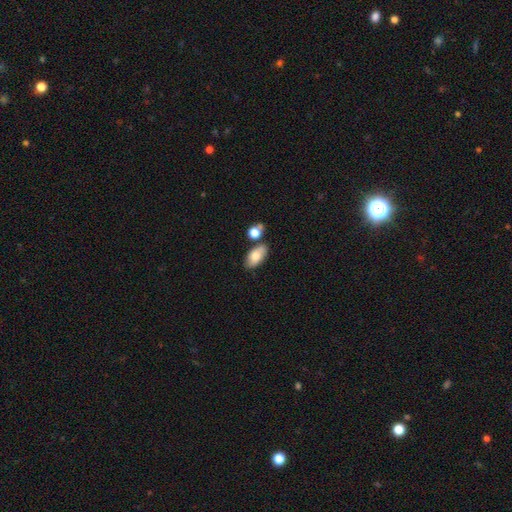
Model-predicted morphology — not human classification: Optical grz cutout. It shows a smooth galaxy with no disk features (73%) that is in between round and cigar-shaped (91%). Merging: none (72%).